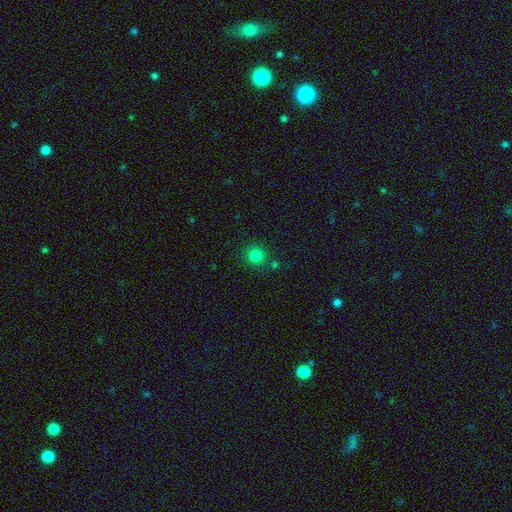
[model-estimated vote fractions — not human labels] Smooth or featured? Predicted: smooth (p=0.82). How rounded? Predicted: round (p=0.92). Merging? Predicted: none (p=0.80).